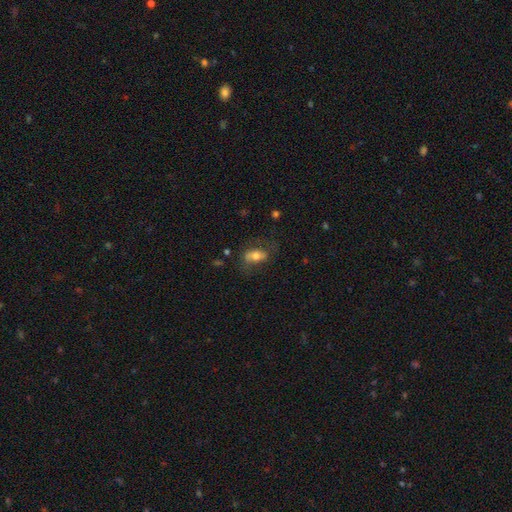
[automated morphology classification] A smooth galaxy with no disk features (57%) that is in between round and cigar-shaped (83%). Merging: none (60%).